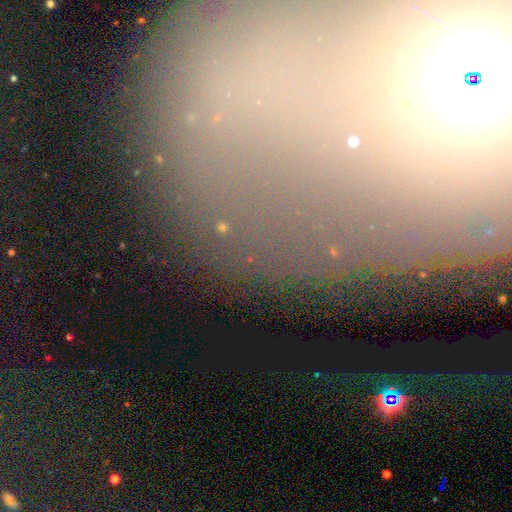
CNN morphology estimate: Smooth or featured? Predicted: star or artifact (p=0.56).